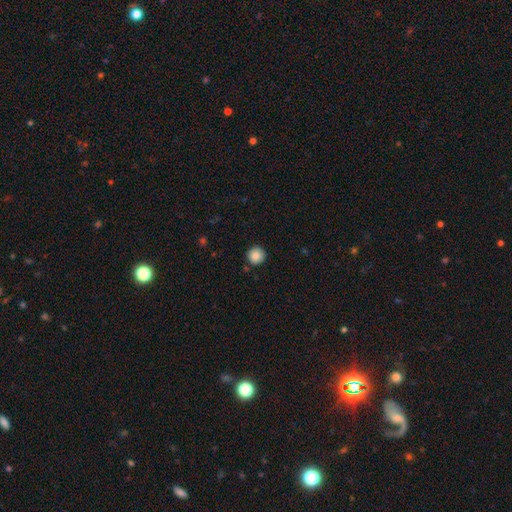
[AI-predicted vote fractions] smooth 86%, star or artifact 9%, featured or disk 5%. Down the decision tree: how rounded — round (96%); merging — none (90%).